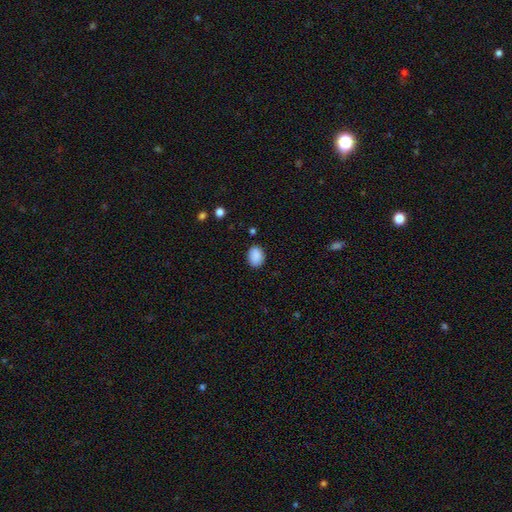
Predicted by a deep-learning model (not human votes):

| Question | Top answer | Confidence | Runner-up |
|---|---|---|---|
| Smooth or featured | smooth | 89% | star or artifact (8%) |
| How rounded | in between | 73% | round (26%) |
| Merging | none | 84% | minor disturbance (12%) |